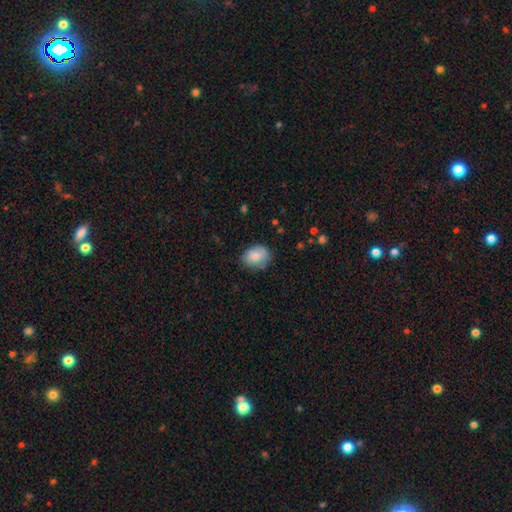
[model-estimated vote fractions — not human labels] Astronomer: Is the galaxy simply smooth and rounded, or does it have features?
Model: smooth — 82%.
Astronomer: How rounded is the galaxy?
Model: in between — 61% (runner-up: round, 38%).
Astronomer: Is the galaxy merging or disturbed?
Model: none — 73%.